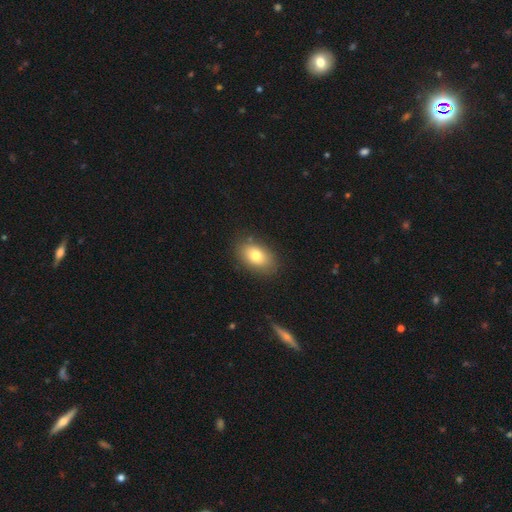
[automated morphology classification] smooth_or_featured: smooth (p=0.78) [alt: featured or disk p=0.13]
how_rounded: in between (p=0.87) [alt: round p=0.12]
merging: none (p=0.84) [alt: minor disturbance p=0.11]